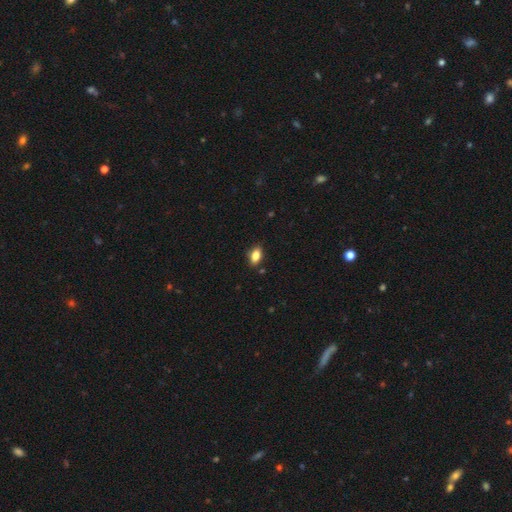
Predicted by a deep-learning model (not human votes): smooth-or-featured: smooth: 84% | star or artifact: 8% | featured or disk: 8%
  how-rounded: in between: 89% | round: 6% | cigar-shaped: 5%
  merging: none: 85% | minor disturbance: 11% | major disturbance: 2% | merger: 2%